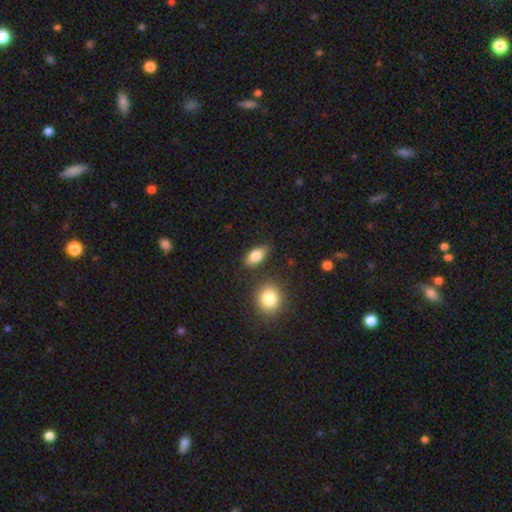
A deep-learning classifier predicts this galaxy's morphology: Smooth or featured?
  - smooth: 84% *
  - featured or disk: 9%
  - star or artifact: 8%
How rounded?
  - in between: 88% *
  - round: 8%
  - cigar-shaped: 4%
Merging?
  - none: 78% *
  - minor disturbance: 13%
  - merger: 6%
  - major disturbance: 3%